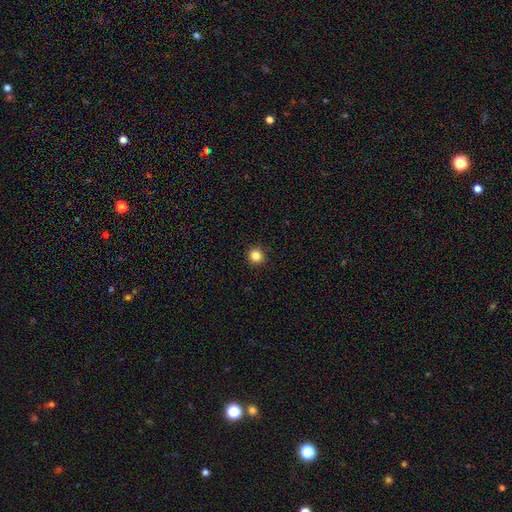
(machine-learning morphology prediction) Q: Smooth or featured?
A: smooth (85%); runner-up: star or artifact (11%)
Q: How rounded?
A: round (94%); runner-up: in between (5%)
Q: Merging?
A: none (93%); runner-up: minor disturbance (4%)